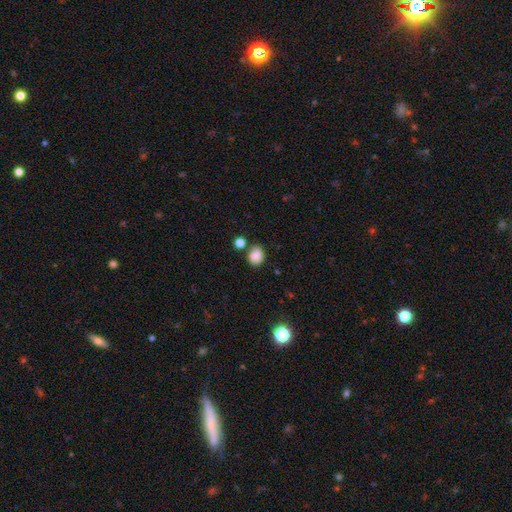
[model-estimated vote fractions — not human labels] Smooth or featured? Predicted: smooth (p=0.86). How rounded? Predicted: round (p=0.58). Merging? Predicted: none (p=0.75).